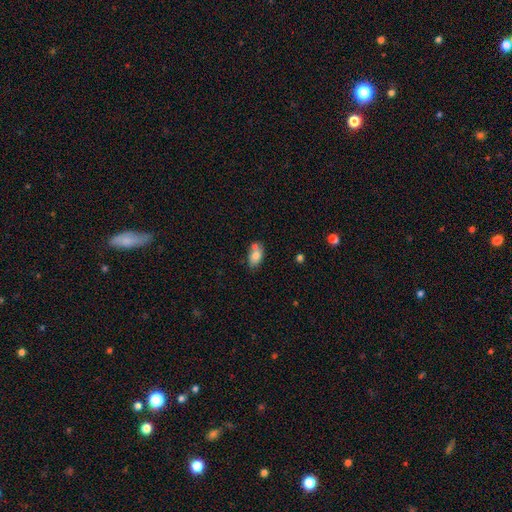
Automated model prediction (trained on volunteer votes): Morphology: type=smooth (76%); roundness=in between (89%); merging=none (53%).